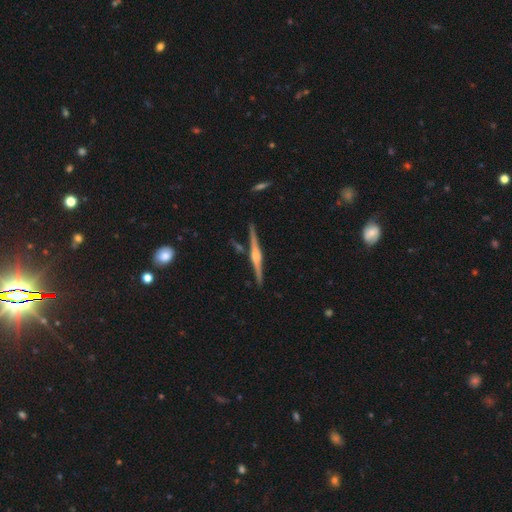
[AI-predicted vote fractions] The model was most divided on "edge-on bulge": rounded: 81%, boxy: 15%, none: 5%. More confident: edge-on disk — yes (98%); merging — none (88%); smooth or featured — featured or disk (84%).